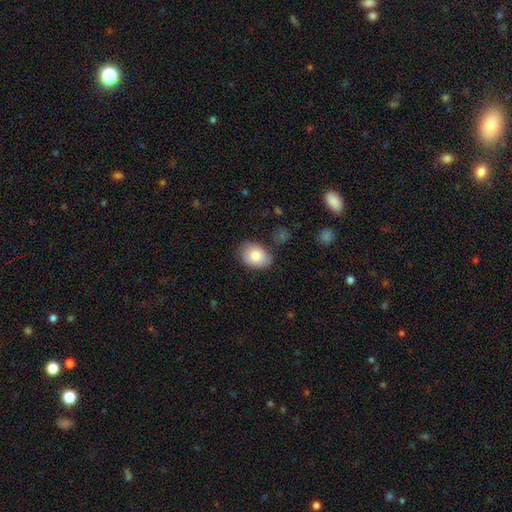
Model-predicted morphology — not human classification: smooth 81%, featured or disk 12%, star or artifact 7%. Down the decision tree: how rounded — in between (73%); merging — none (70%).